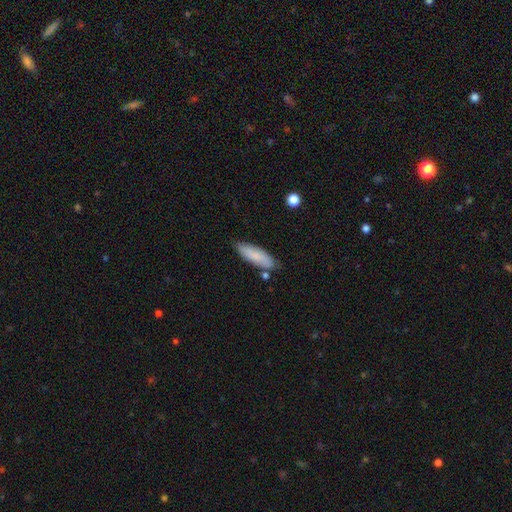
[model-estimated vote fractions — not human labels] The model was most divided on "how rounded": in between: 52%, cigar-shaped: 46%, round: 2%. More confident: smooth or featured — smooth (81%); merging — none (77%).